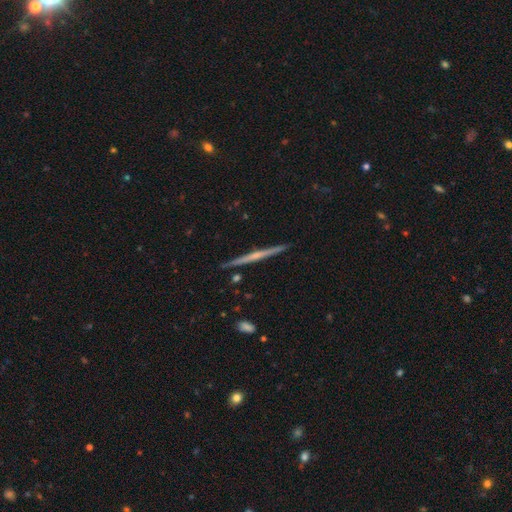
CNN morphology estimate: Smooth or featured? featured or disk (71%)
Edge-on disk? yes (98%)
Edge-on bulge? rounded (48%)
Merging? none (91%)